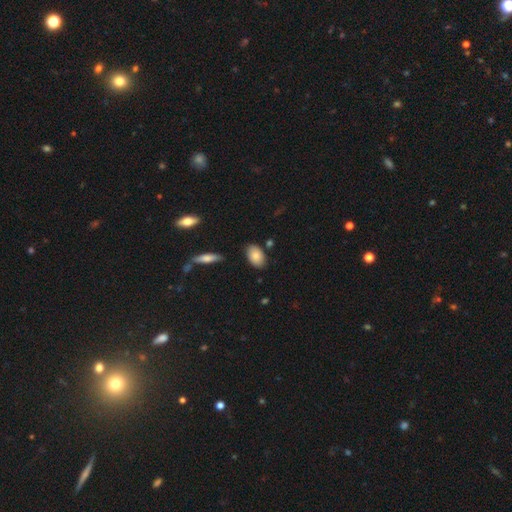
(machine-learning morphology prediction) The model was most divided on "merging": none: 82%, minor disturbance: 12%, merger: 3%, major disturbance: 2%. More confident: how rounded — in between (91%); smooth or featured — smooth (83%).